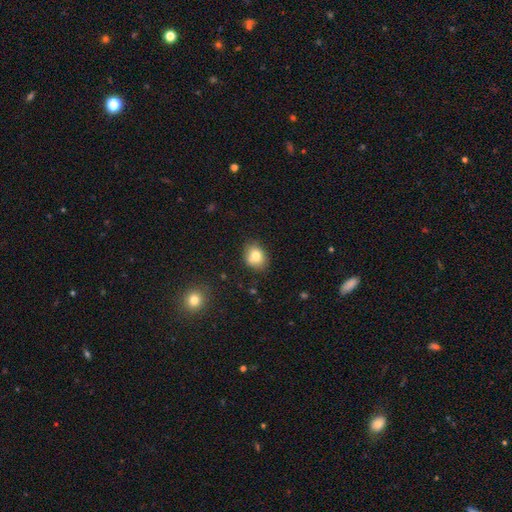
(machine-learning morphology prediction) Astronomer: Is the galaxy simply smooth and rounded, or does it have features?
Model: smooth — 79%.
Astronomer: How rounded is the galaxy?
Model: round — 53% (runner-up: in between, 46%).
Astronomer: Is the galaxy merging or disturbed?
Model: none — 78%.